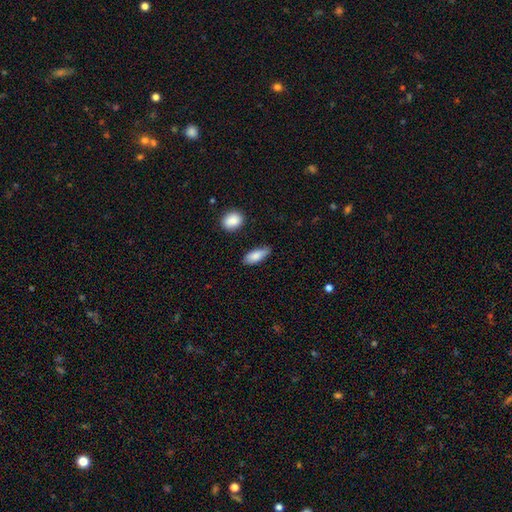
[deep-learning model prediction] Smooth or featured? smooth (84%)
How rounded? in between (78%)
Merging? none (75%)